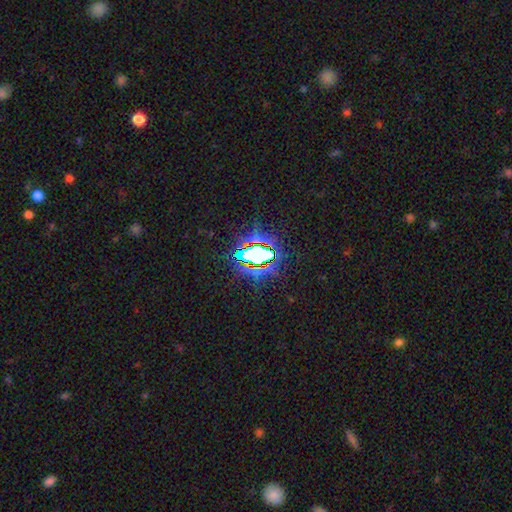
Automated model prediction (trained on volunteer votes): star or artifact 71%, smooth 17%, featured or disk 12%.